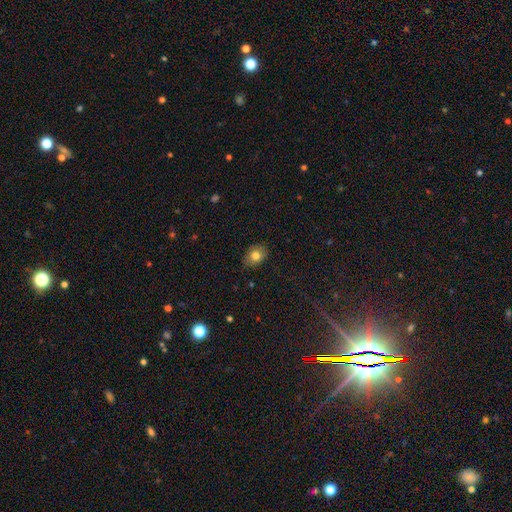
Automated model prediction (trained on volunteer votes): Overall: smooth (79%). How rounded: in between (64%; round 35%). Merging: none (76%).